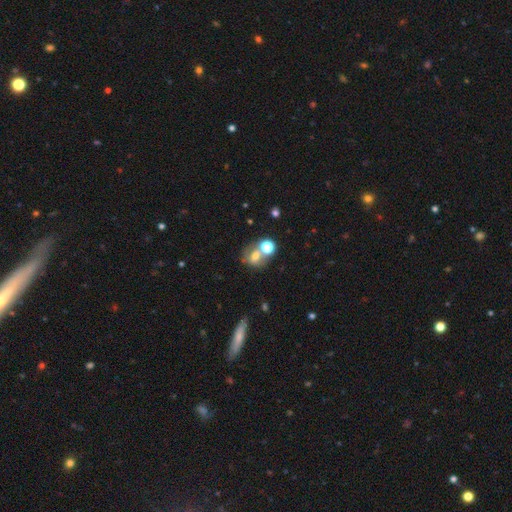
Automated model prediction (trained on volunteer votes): This is possibly a smooth galaxy (57%). How rounded: possibly round (51%). Merging: marginally merger (41%).